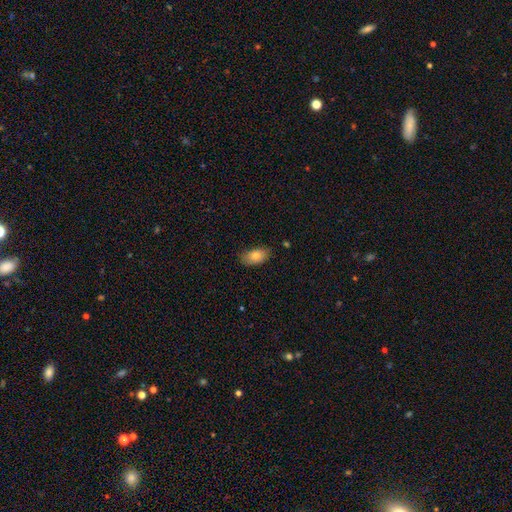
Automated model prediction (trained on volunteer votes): Overall: smooth (81%). How rounded: in between (92%). Merging: none (74%).